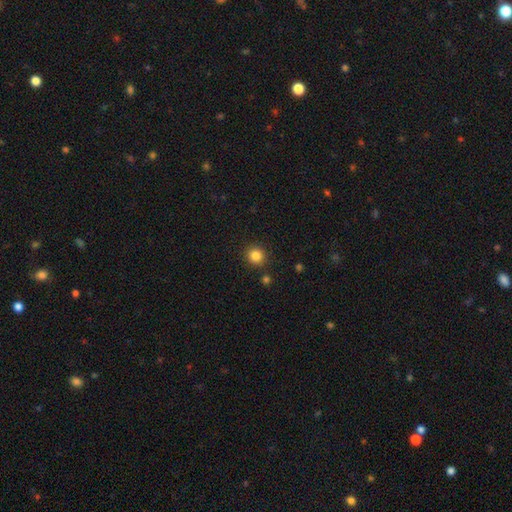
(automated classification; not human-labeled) This is clearly a smooth galaxy (84%). How rounded: clearly round (92%). Merging: clearly none (89%).